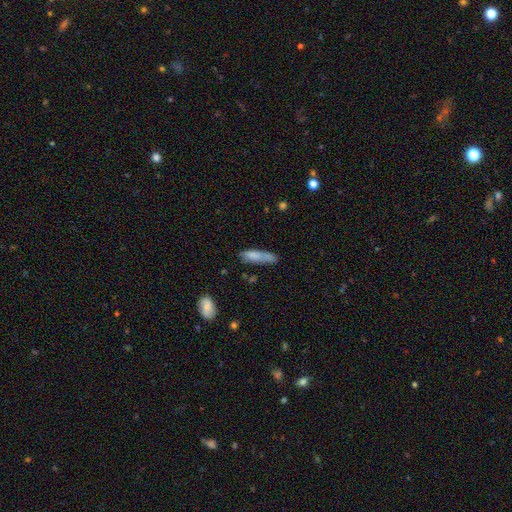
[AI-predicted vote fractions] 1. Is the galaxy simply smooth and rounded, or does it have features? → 78% smooth, 15% featured or disk, 7% star or artifact.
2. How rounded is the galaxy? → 75% cigar-shaped, 24% in between, 2% round.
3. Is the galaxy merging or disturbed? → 56% none, 28% minor disturbance, 9% major disturbance, 6% merger.